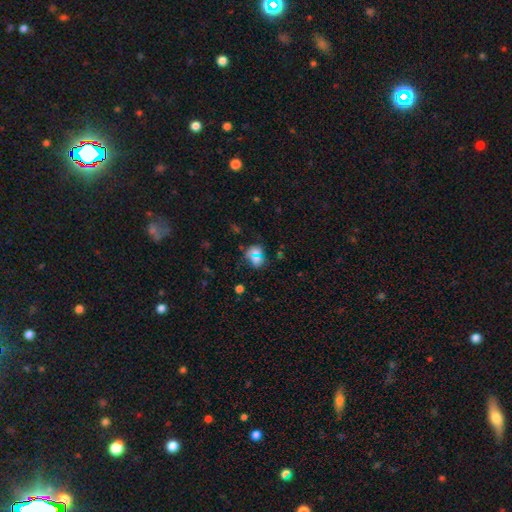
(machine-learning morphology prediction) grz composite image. It shows a smooth galaxy with no disk features (59%) that is round (79%). Merging: none (72%).